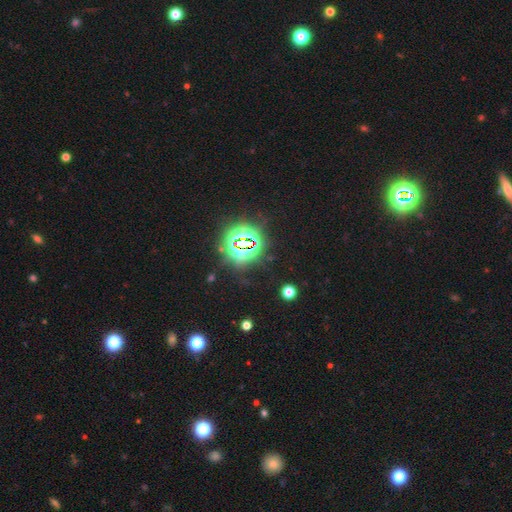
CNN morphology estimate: Smooth or featured? Predicted: star or artifact (p=0.82).